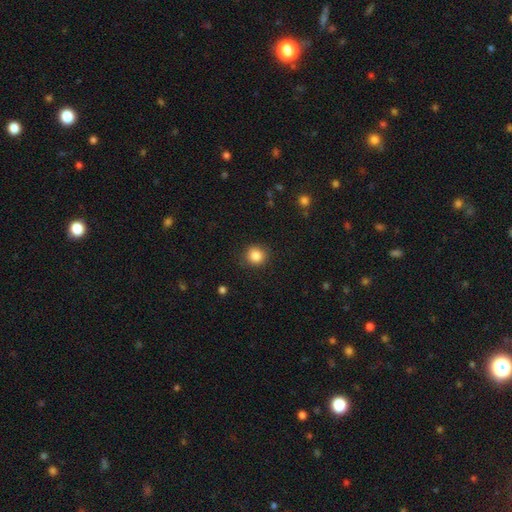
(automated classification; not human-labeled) Morphology: type=smooth (85%); roundness=round (90%); merging=none (88%).